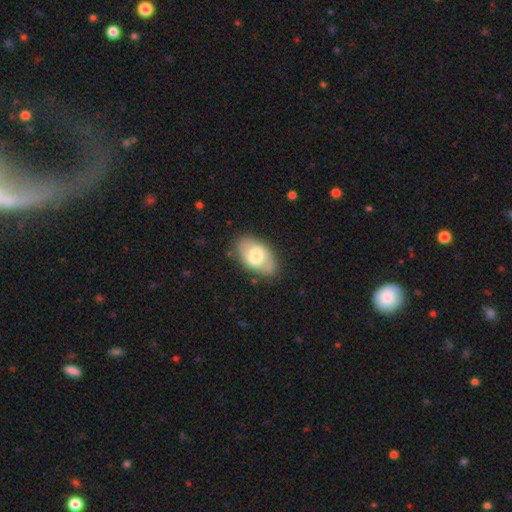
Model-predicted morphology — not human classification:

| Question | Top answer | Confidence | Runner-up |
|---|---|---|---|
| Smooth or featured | smooth | 65% | featured or disk (29%) |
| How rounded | in between | 93% | round (6%) |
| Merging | none | 77% | minor disturbance (17%) |